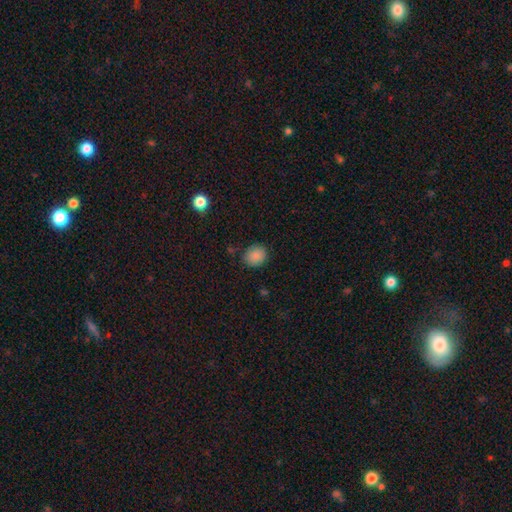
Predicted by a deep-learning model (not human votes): Smooth or featured?
  - smooth: 87% *
  - star or artifact: 9%
  - featured or disk: 4%
How rounded?
  - round: 71% *
  - in between: 28%
  - cigar-shaped: 1%
Merging?
  - none: 83% *
  - minor disturbance: 12%
  - major disturbance: 3%
  - merger: 2%